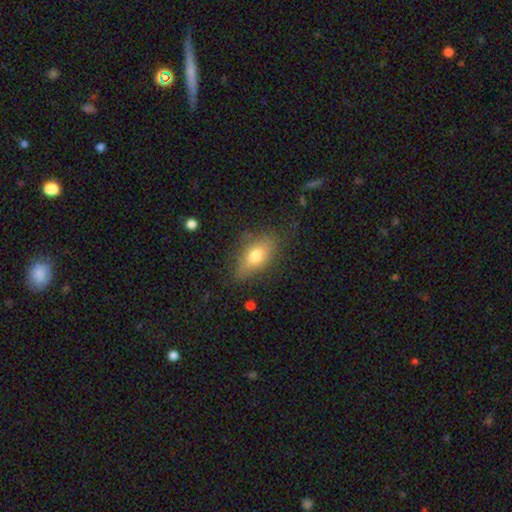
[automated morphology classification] smooth-or-featured: smooth: 72% | featured or disk: 20% | star or artifact: 9%
  how-rounded: in between: 82% | cigar-shaped: 11% | round: 7%
  merging: none: 74% | minor disturbance: 18% | major disturbance: 6% | merger: 2%